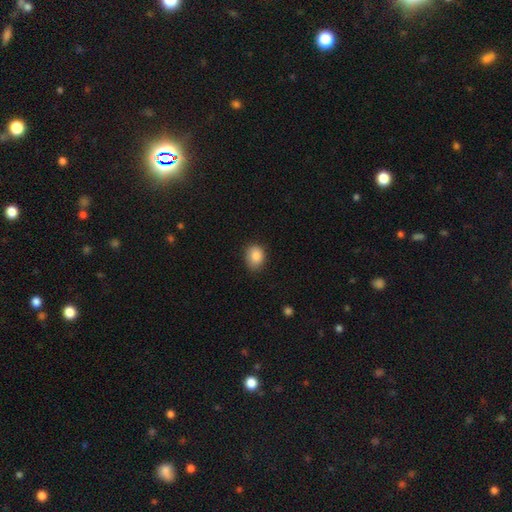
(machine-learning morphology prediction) type=smooth (87%); roundness=in between (53%); merging=none (77%).